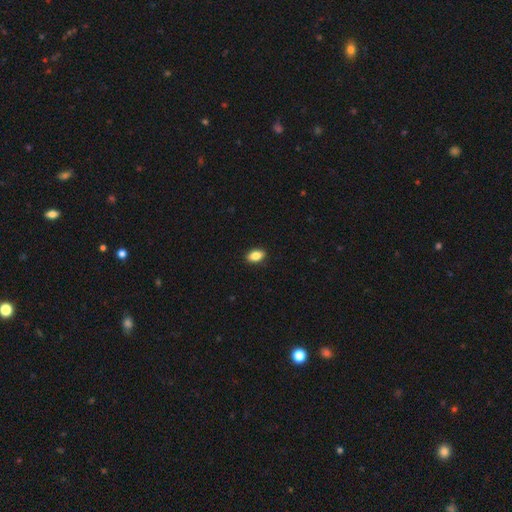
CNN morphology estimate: smooth-or-featured: smooth: 85% | star or artifact: 8% | featured or disk: 7%
  how-rounded: in between: 88% | round: 10% | cigar-shaped: 3%
  merging: none: 90% | minor disturbance: 7% | major disturbance: 2% | merger: 1%